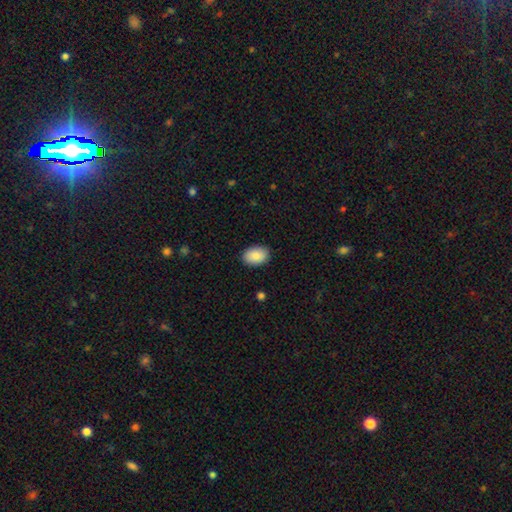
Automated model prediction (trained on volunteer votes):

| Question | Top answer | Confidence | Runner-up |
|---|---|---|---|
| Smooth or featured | smooth | 89% | star or artifact (6%) |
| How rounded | in between | 86% | round (13%) |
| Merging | none | 88% | minor disturbance (9%) |